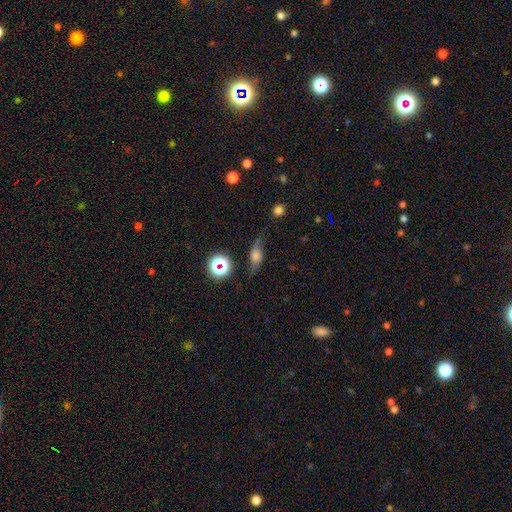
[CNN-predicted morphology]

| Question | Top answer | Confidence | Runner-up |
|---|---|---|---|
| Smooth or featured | featured or disk | 46% | smooth (36%) |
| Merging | none | 61% | minor disturbance (24%) |